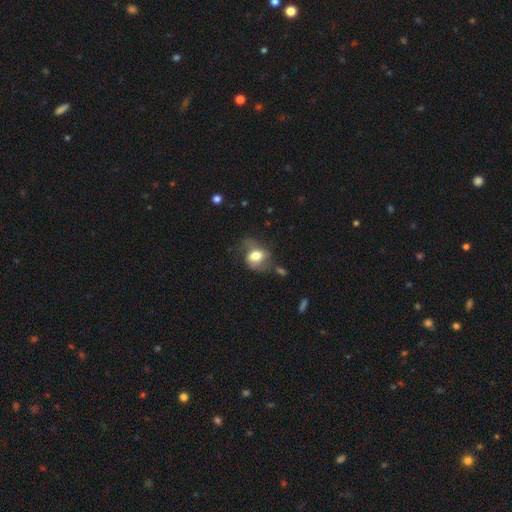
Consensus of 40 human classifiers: smooth 62%, featured or disk 32%, star or artifact 5%. Down the decision tree: how rounded — in between (88%); merging — major disturbance (37%).